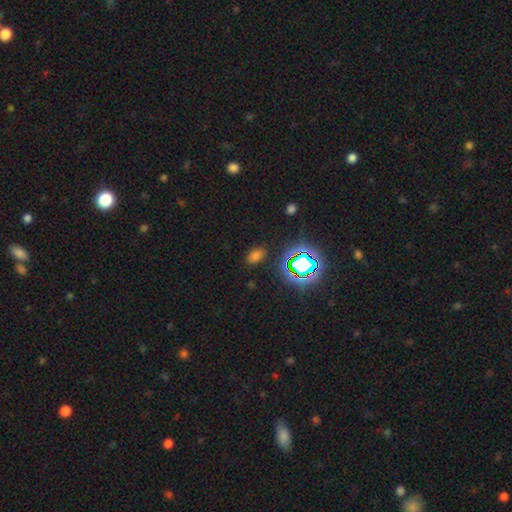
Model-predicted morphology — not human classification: smooth 64%, star or artifact 29%, featured or disk 7%. Down the decision tree: how rounded — in between (85%); merging — none (84%).